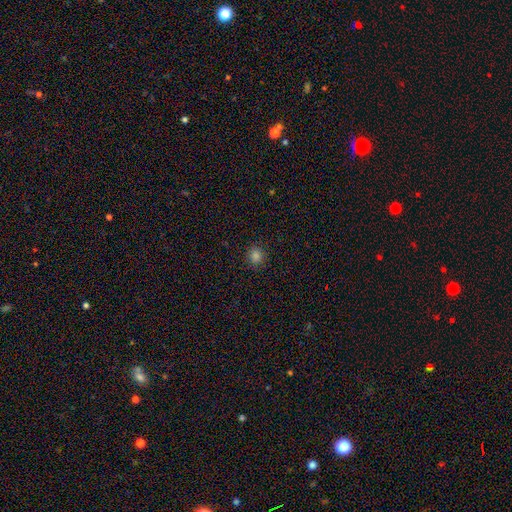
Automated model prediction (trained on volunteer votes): smooth-or-featured: smooth: 81% | star or artifact: 15% | featured or disk: 4%
  how-rounded: round: 86% | in between: 13% | cigar-shaped: 1%
  merging: none: 91% | minor disturbance: 6% | major disturbance: 2% | merger: 1%